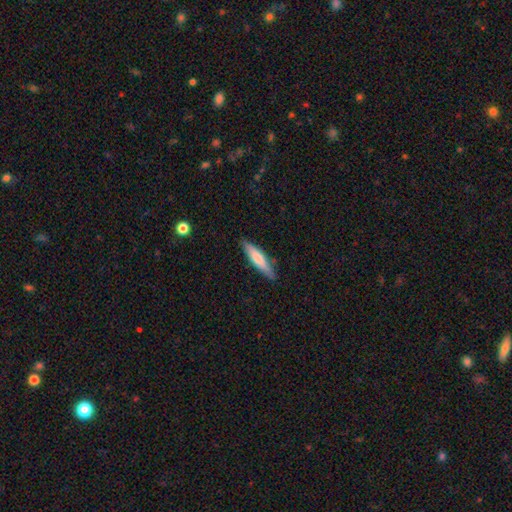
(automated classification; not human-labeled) Smooth or featured: smooth — 61% (featured or disk — 33%)
How rounded: cigar-shaped — 82% (in between — 17%)
Merging: none — 85% (minor disturbance — 11%)